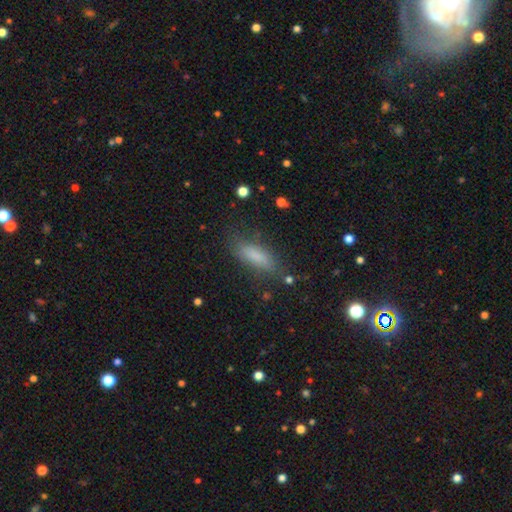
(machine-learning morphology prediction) smooth 78%, featured or disk 12%, star or artifact 10%. Down the decision tree: how rounded — in between (54%); merging — none (74%).